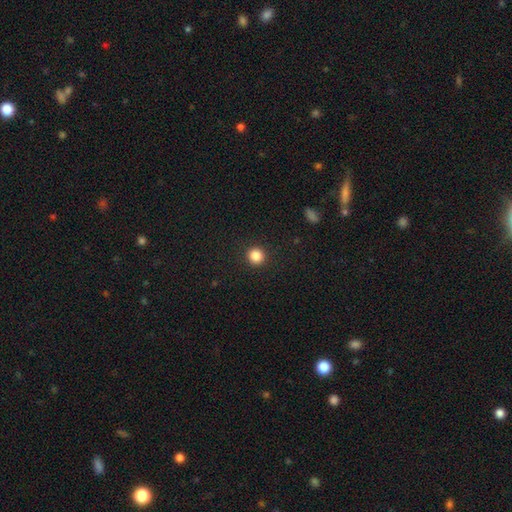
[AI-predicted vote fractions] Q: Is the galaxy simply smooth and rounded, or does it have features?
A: smooth — 86%.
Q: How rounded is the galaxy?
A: round — 94%.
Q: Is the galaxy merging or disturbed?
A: none — 93%.